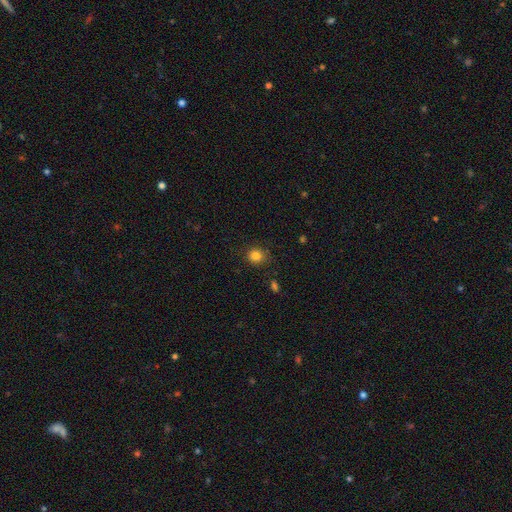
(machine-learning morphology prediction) Overall: smooth (83%). How rounded: round (84%). Merging: none (85%).